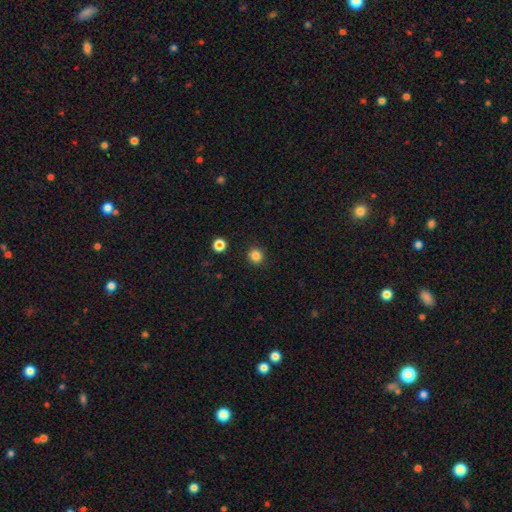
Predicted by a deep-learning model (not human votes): Morphology: type=smooth (84%); roundness=round (90%); merging=none (92%).